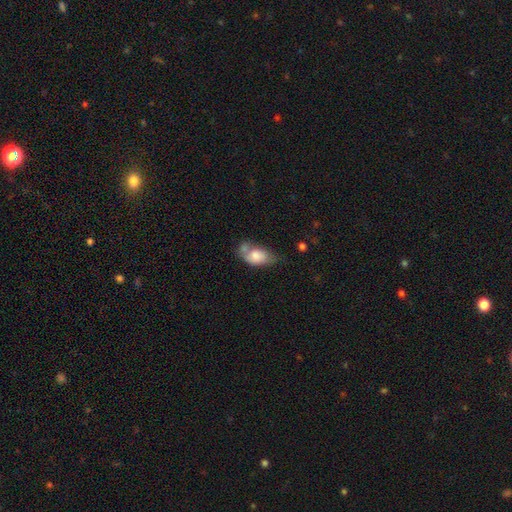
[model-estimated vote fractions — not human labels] Morphology: type=smooth (73%); roundness=in between (88%); merging=none (30%).